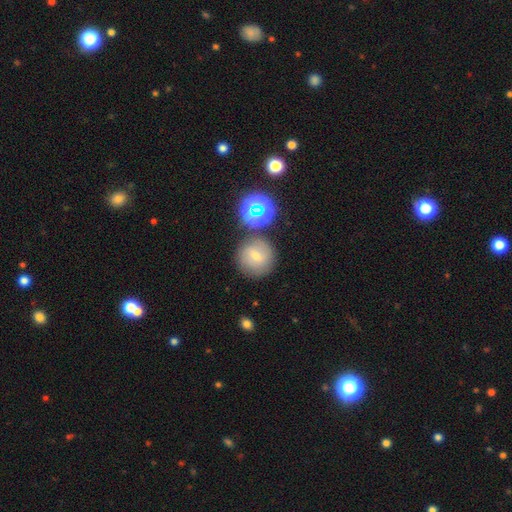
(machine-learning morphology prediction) smooth_or_featured: smooth (p=0.49) [alt: featured or disk p=0.29]
merging: none (p=0.79) [alt: minor disturbance p=0.10]